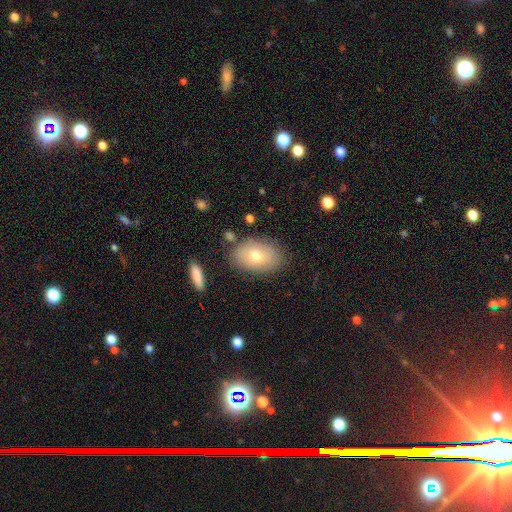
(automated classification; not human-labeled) A smooth galaxy with no disk features (69%) that is in between round and cigar-shaped (88%). Merging: none (80%).